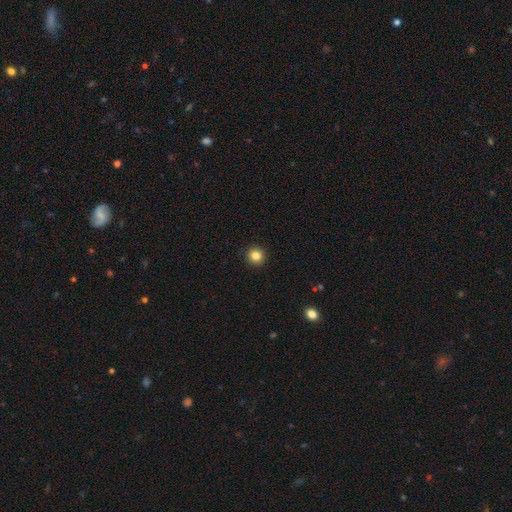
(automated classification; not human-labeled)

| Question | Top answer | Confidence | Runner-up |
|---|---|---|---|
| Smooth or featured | smooth | 84% | star or artifact (11%) |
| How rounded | round | 95% | in between (4%) |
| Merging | none | 93% | minor disturbance (4%) |